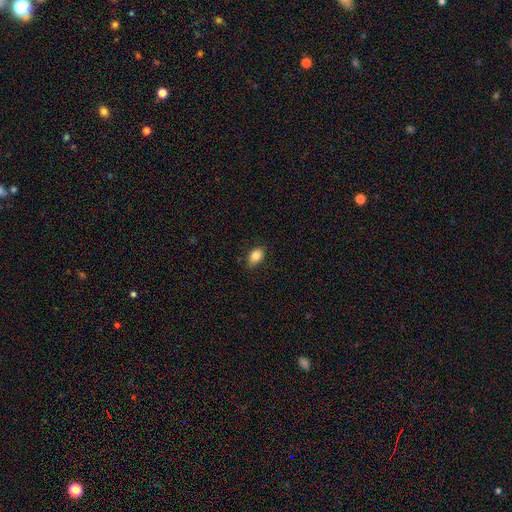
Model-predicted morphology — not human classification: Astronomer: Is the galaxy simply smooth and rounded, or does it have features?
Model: smooth — 84%.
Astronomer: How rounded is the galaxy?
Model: in between — 85%.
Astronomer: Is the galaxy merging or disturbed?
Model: none — 84%.